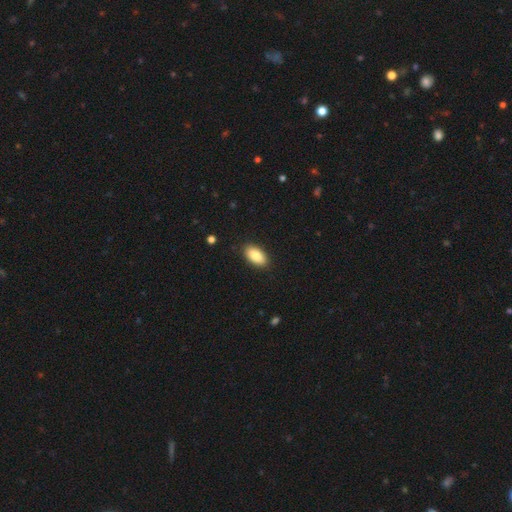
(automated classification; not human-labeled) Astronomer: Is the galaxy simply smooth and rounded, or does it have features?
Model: smooth — 89%.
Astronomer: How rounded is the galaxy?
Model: in between — 94%.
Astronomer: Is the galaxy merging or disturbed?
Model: none — 89%.